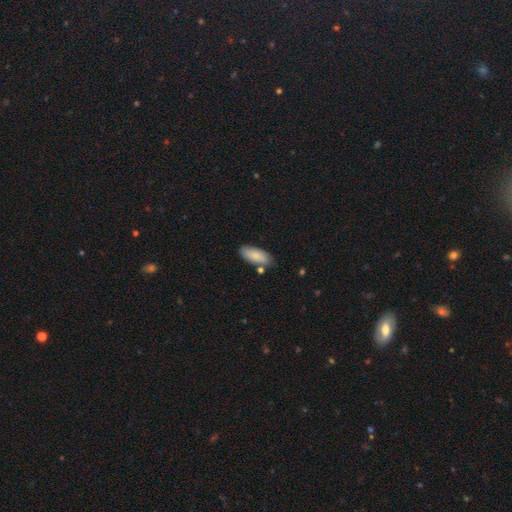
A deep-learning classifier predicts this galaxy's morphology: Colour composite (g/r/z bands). It shows a smooth galaxy with no disk features (84%) that is in between round and cigar-shaped (85%). Merging: none (75%).